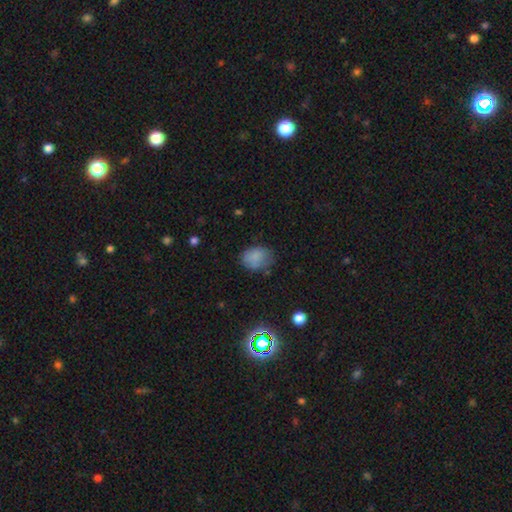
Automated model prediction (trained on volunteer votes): The model was most divided on "how rounded": in between: 56%, round: 43%, cigar-shaped: 1%. More confident: smooth or featured — smooth (80%); merging — none (65%).